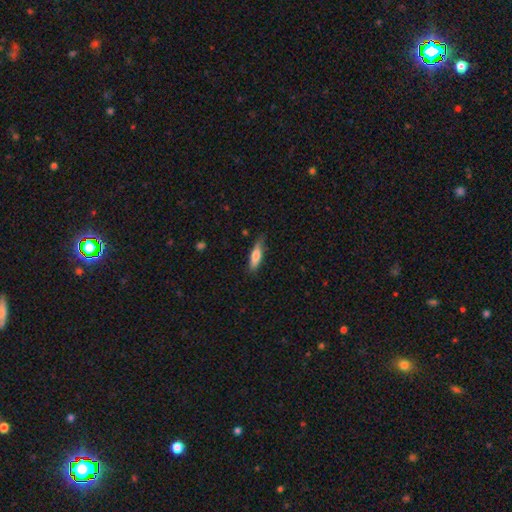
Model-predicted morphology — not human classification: This is likely a smooth galaxy (73%). How rounded: likely cigar-shaped (62%). Merging: likely none (73%).